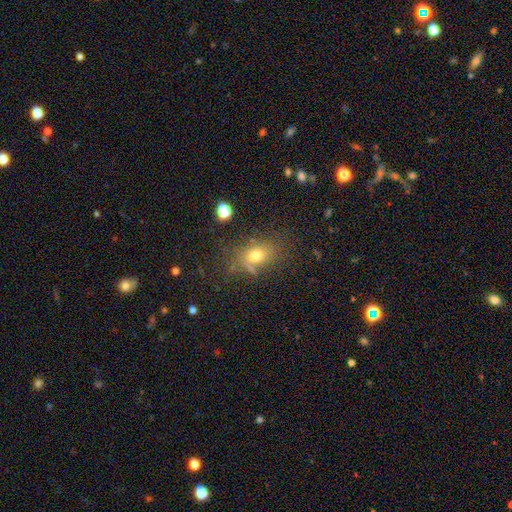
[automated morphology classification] Overall: smooth (65%). How rounded: in between (69%). Merging: none (64%).